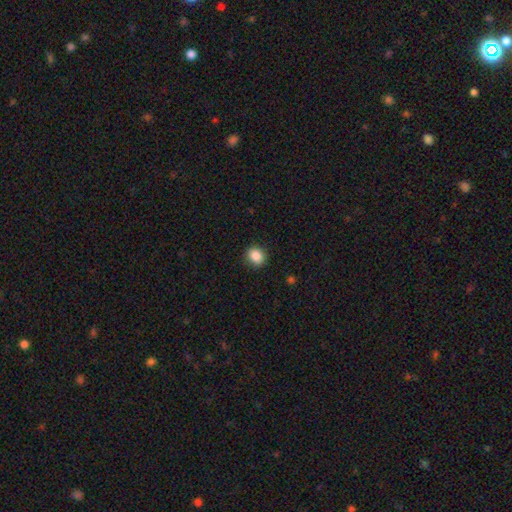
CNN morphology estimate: Smooth or featured? smooth (87%)
How rounded? round (69%)
Merging? none (88%)